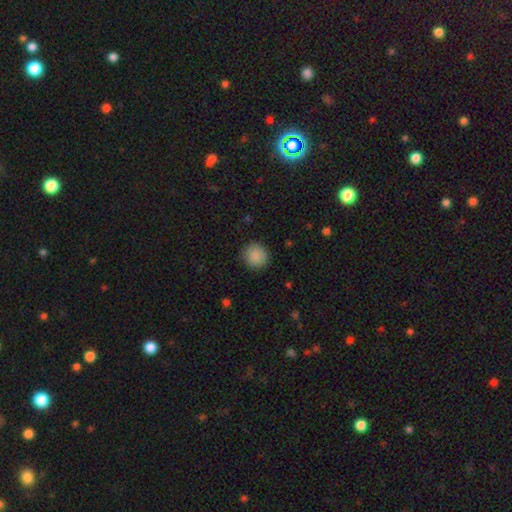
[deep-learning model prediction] smooth 89%, star or artifact 8%, featured or disk 3%. Down the decision tree: how rounded — round (91%); merging — none (90%).